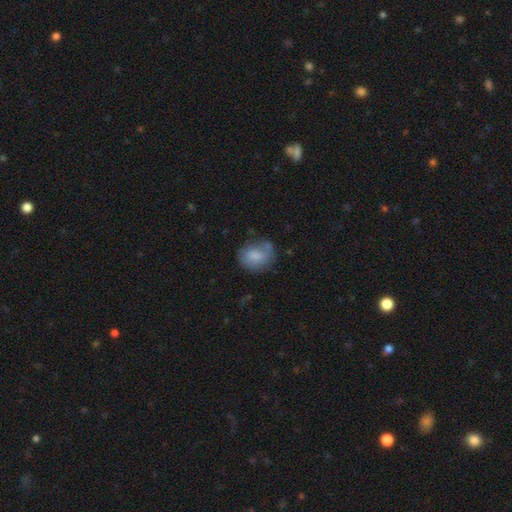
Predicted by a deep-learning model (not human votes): smooth_or_featured: smooth (p=0.75) [alt: featured or disk p=0.18]
how_rounded: in between (p=0.49) [tied with: round p=0.49]
merging: none (p=0.56) [alt: minor disturbance p=0.27]